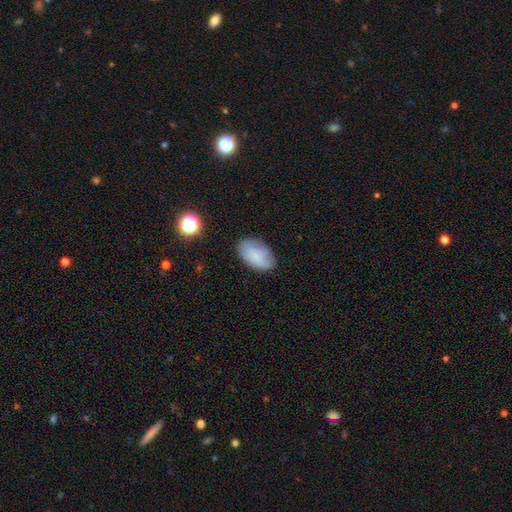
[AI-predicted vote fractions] A smooth galaxy with no disk features (77%) that is in between round and cigar-shaped (93%).

Vote fractions:
- Smooth or featured? smooth: 77% / featured or disk: 14% / star or artifact: 8%
- How rounded? in between: 93% / round: 5% / cigar-shaped: 2%
- Merging? none: 77% / minor disturbance: 17% / major disturbance: 4% / merger: 2%